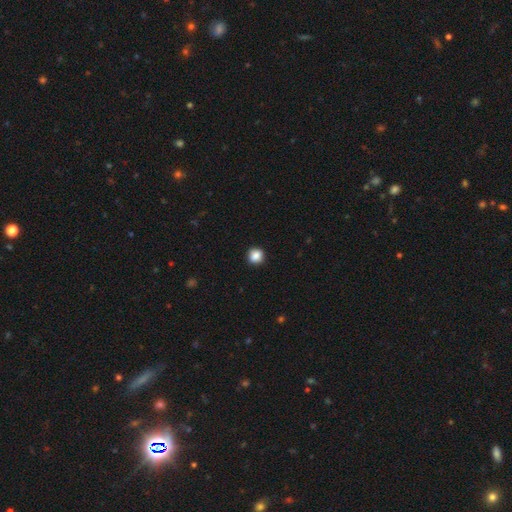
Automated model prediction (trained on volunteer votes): smooth_or_featured: smooth (p=0.87) [alt: star or artifact p=0.10]
how_rounded: round (p=0.88) [alt: in between p=0.11]
merging: none (p=0.90) [alt: minor disturbance p=0.07]